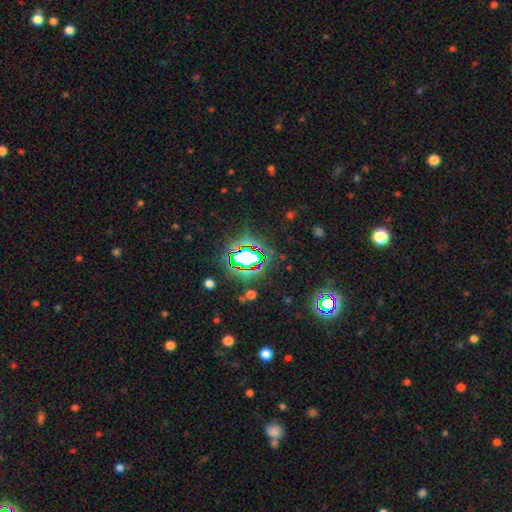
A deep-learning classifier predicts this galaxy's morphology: Q: Smooth or featured?
A: star or artifact (81%); runner-up: smooth (12%)